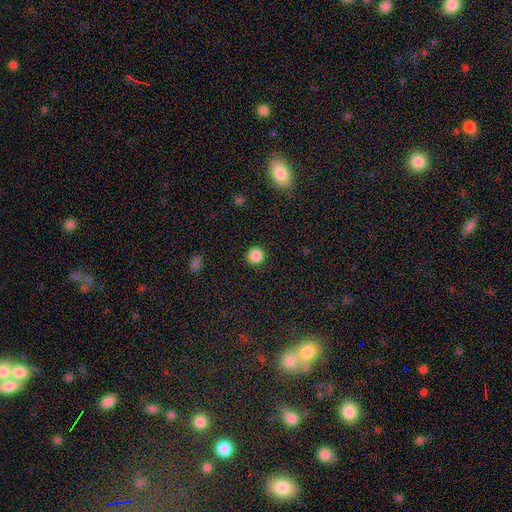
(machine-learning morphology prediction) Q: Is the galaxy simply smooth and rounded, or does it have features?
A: smooth — 87%.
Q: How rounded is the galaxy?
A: round — 95%.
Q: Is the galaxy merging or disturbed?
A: none — 92%.